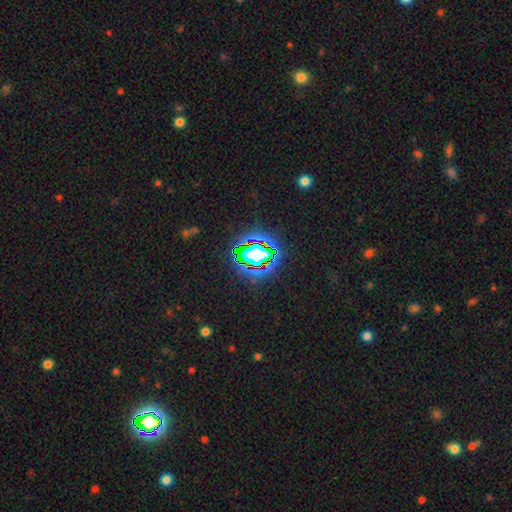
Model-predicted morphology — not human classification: The model was most divided on "smooth or featured": star or artifact: 72%, smooth: 17%, featured or disk: 11%.